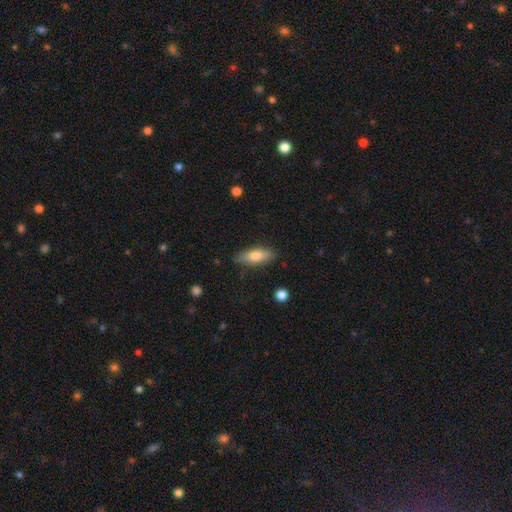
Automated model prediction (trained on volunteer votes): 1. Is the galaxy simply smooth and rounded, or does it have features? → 71% smooth, 22% featured or disk, 6% star or artifact.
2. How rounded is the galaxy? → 64% in between, 34% cigar-shaped, 3% round.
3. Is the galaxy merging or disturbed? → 84% none, 12% minor disturbance, 2% major disturbance, 1% merger.